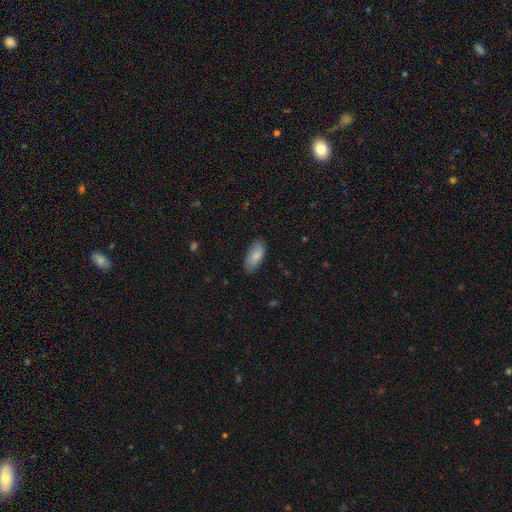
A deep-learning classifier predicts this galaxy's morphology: A smooth galaxy with no disk features (82%) that is in between round and cigar-shaped (90%). Merging: none (83%).